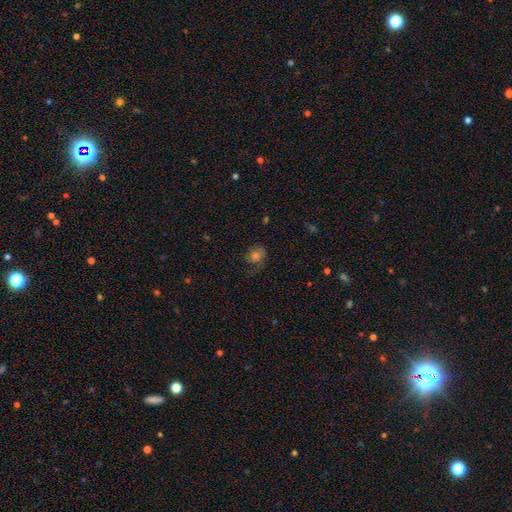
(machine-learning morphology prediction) Smooth or featured? smooth (62%)
How rounded? round (58%)
Merging? none (56%)